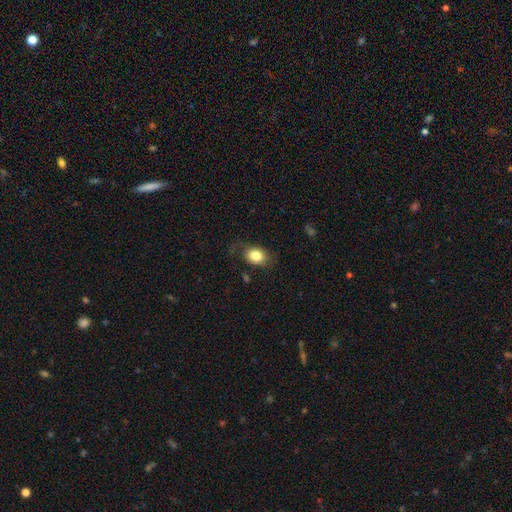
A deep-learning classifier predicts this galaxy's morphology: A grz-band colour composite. It shows a smooth galaxy with no disk features (81%) that is in between round and cigar-shaped (66%). Merging: none (69%).